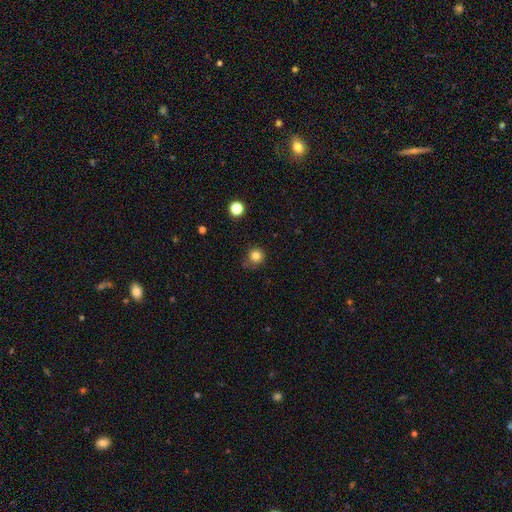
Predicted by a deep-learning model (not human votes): Smooth or featured?
  - smooth: 82% *
  - star or artifact: 13%
  - featured or disk: 5%
How rounded?
  - round: 90% *
  - in between: 9%
  - cigar-shaped: 1%
Merging?
  - none: 74% *
  - minor disturbance: 19%
  - major disturbance: 5%
  - merger: 2%